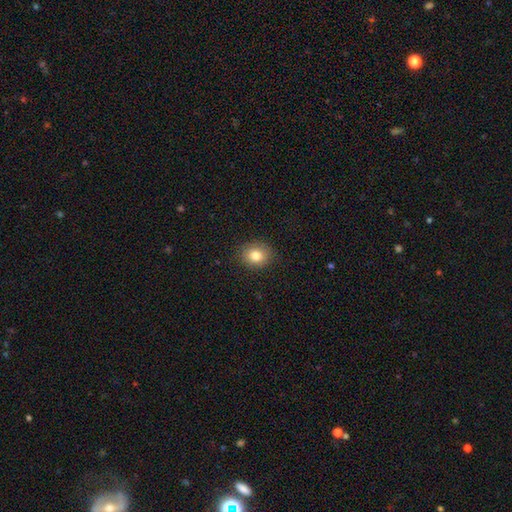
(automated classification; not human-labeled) The model was most divided on "how rounded": round: 69%, in between: 30%, cigar-shaped: 1%. More confident: merging — none (89%); smooth or featured — smooth (82%).